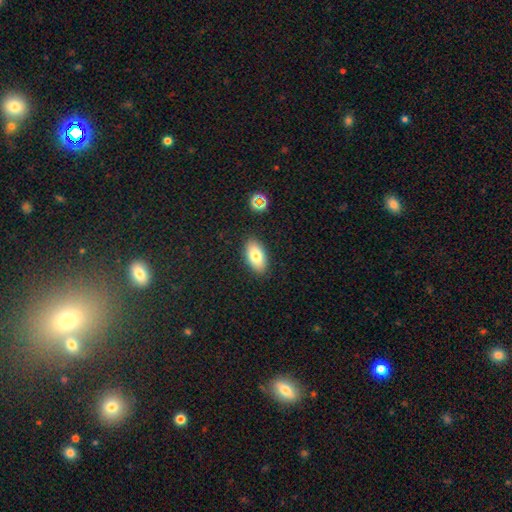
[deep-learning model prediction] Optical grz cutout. It shows a smooth galaxy with no disk features (79%) that is in between round and cigar-shaped (93%). Merging: none (87%).